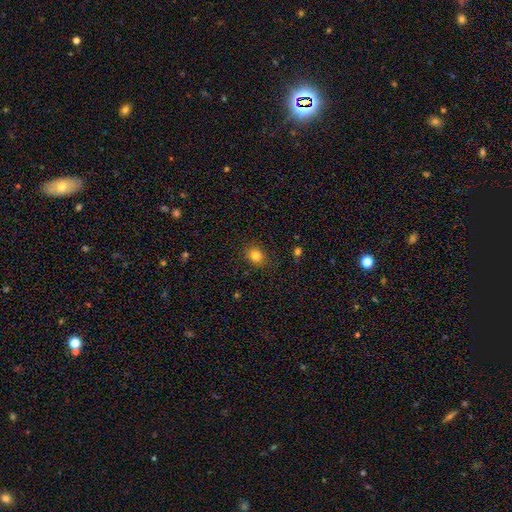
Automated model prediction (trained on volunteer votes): smooth_or_featured: smooth (p=0.82) [alt: star or artifact p=0.11]
how_rounded: round (p=0.66) [alt: in between p=0.33]
merging: none (p=0.87) [alt: minor disturbance p=0.09]